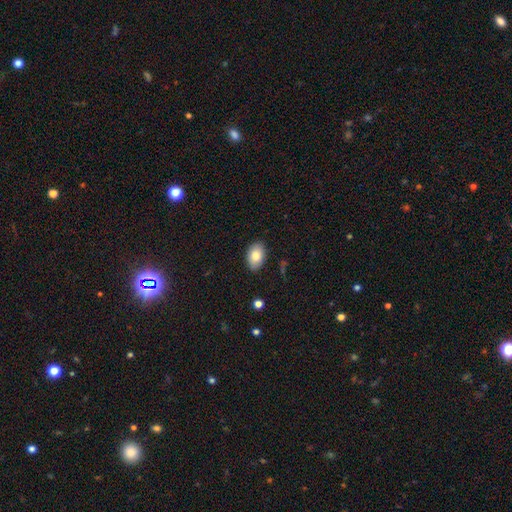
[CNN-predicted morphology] This is clearly a smooth galaxy (81%). How rounded: clearly in between (89%). Merging: clearly none (87%).